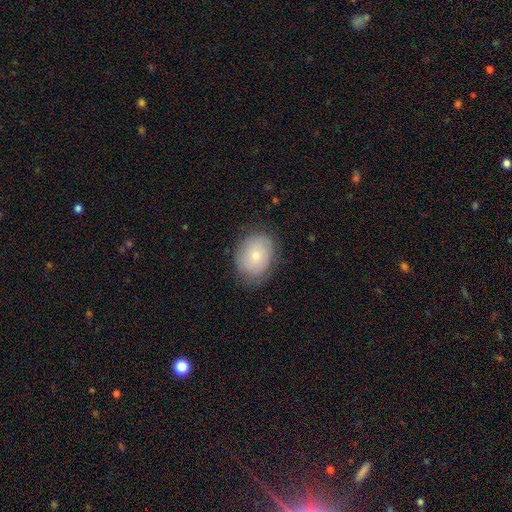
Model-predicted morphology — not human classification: Smooth or featured? smooth (73%)
How rounded? in between (63%)
Merging? none (77%)